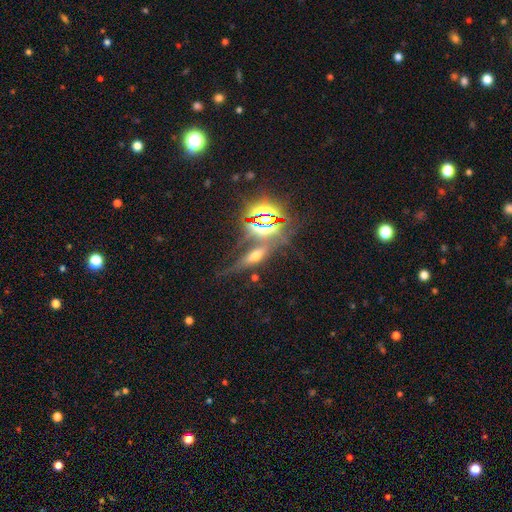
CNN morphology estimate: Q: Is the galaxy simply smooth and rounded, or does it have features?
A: star or artifact — 40%.